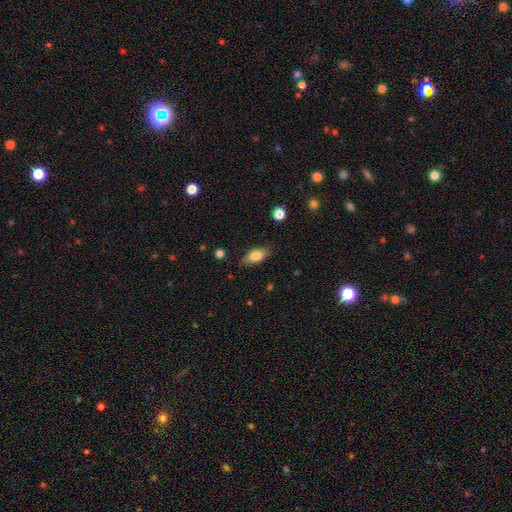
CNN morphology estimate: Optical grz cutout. It shows a smooth galaxy with no disk features (80%) that is in between round and cigar-shaped (87%). Merging: none (84%).